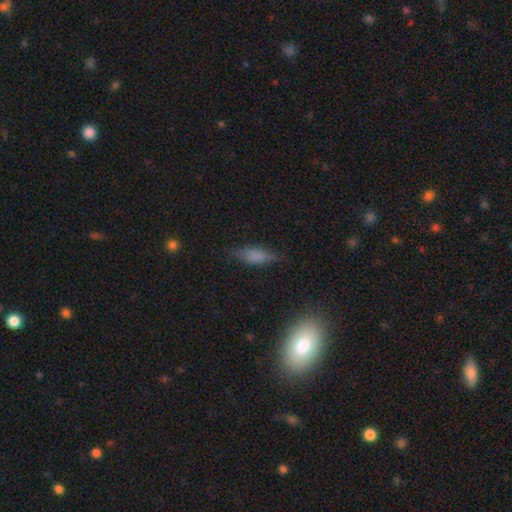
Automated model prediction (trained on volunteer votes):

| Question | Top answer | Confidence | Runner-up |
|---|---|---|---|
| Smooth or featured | smooth | 64% | featured or disk (23%) |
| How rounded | in between | 62% | cigar-shaped (35%) |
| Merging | none | 70% | minor disturbance (21%) |